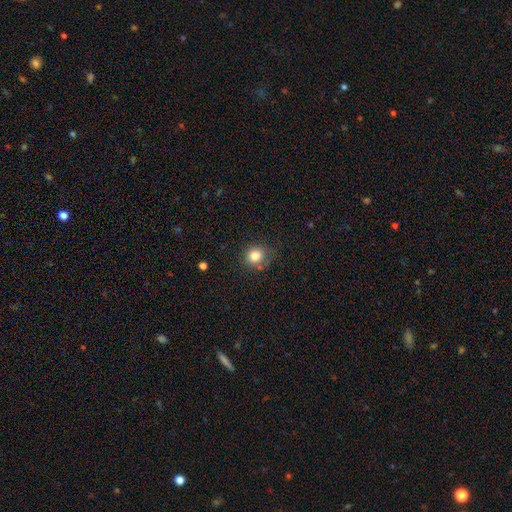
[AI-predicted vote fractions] A smooth galaxy with no disk features (82%) that is round (82%). Merging: none (75%).